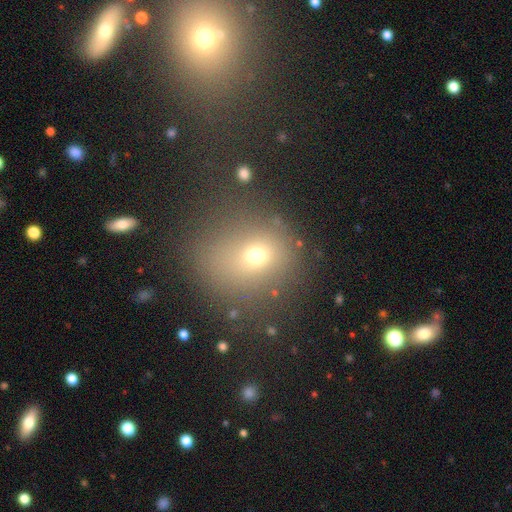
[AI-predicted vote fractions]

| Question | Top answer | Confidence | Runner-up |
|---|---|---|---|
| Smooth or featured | smooth | 65% | star or artifact (23%) |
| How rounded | round | 79% | in between (20%) |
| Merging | none | 70% | minor disturbance (15%) |